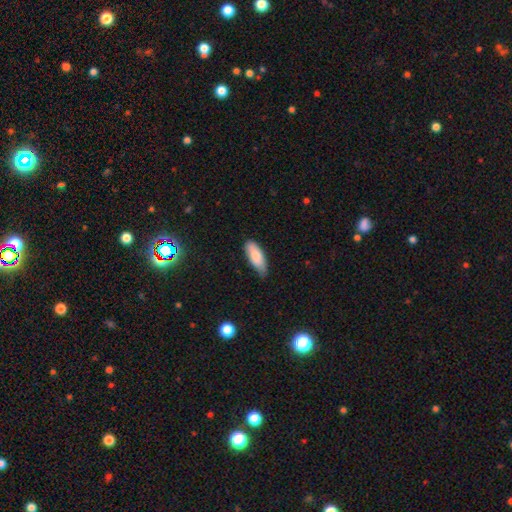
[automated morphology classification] Smooth or featured? Predicted: smooth (p=0.82). How rounded? Predicted: in between (p=0.74). Merging? Predicted: none (p=0.63).